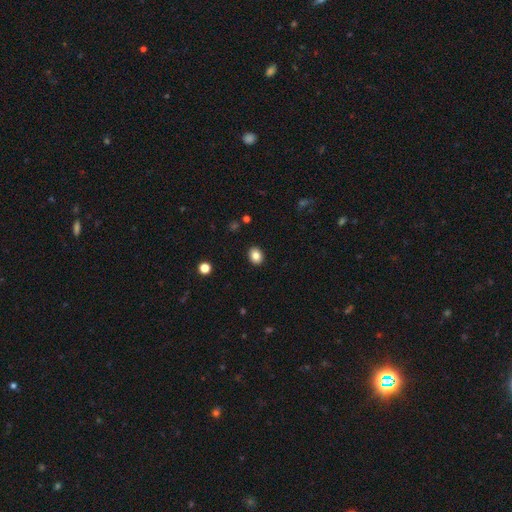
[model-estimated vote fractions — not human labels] A smooth galaxy with no disk features (85%) that is in between round and cigar-shaped (56%).

Vote fractions:
- Smooth or featured? smooth: 85% / star or artifact: 9% / featured or disk: 6%
- How rounded? in between: 56% / round: 43% / cigar-shaped: 1%
- Merging? none: 91% / minor disturbance: 6% / major disturbance: 2% / merger: 1%